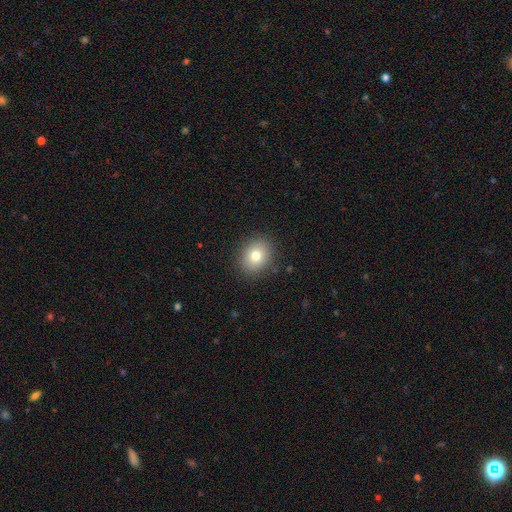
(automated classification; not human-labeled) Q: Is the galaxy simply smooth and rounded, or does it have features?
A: smooth — 78%.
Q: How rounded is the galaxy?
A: round — 64%.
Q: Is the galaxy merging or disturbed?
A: none — 88%.